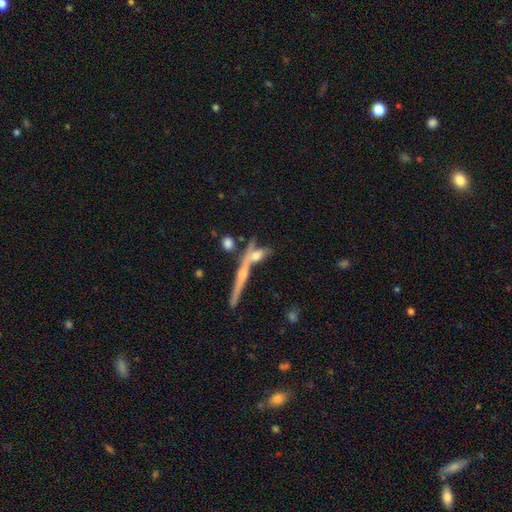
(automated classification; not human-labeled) Smooth or featured?
  - featured or disk: 45% *
  - smooth: 44%
  - star or artifact: 11%
Merging?
  - none: 43% *
  - merger: 37%
  - minor disturbance: 13%
  - major disturbance: 7%